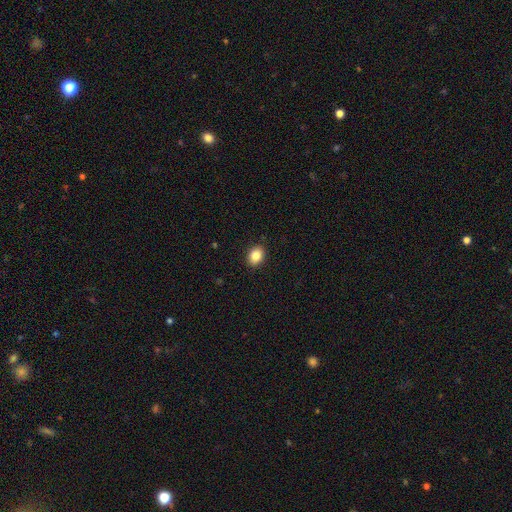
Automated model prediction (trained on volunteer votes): smooth-or-featured: smooth: 85% | star or artifact: 9% | featured or disk: 6%
  how-rounded: in between: 62% | round: 37% | cigar-shaped: 1%
  merging: none: 90% | minor disturbance: 8% | major disturbance: 2% | merger: 1%